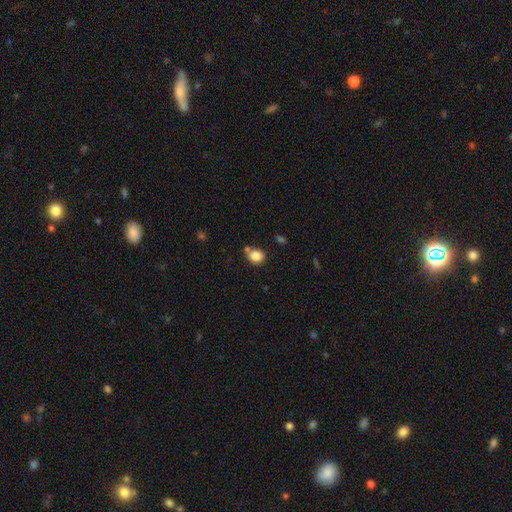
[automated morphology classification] smooth_or_featured: smooth (p=0.84) [alt: star or artifact p=0.10]
how_rounded: round (p=0.67) [alt: in between p=0.32]
merging: none (p=0.63) [alt: merger p=0.17]